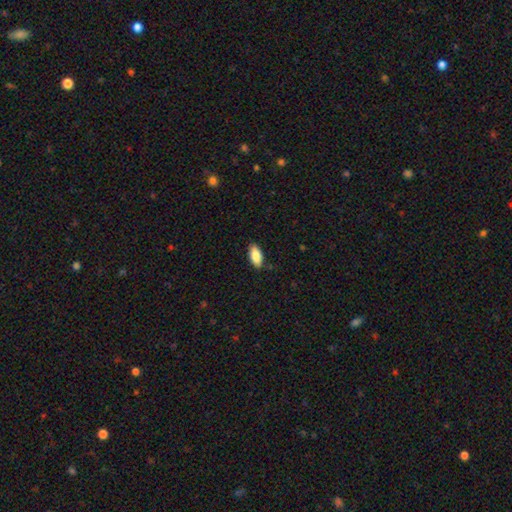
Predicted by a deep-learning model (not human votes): Smooth or featured?
  - smooth: 85% *
  - featured or disk: 8%
  - star or artifact: 6%
How rounded?
  - in between: 87% *
  - cigar-shaped: 11%
  - round: 2%
Merging?
  - none: 87% *
  - minor disturbance: 10%
  - major disturbance: 2%
  - merger: 1%